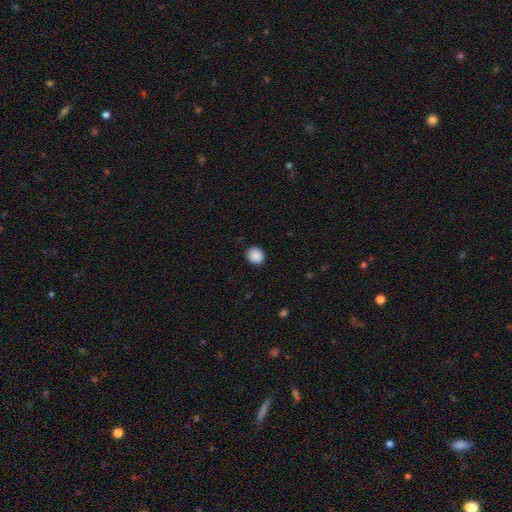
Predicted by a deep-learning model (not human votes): Smooth or featured? Predicted: smooth (p=0.89). How rounded? Predicted: round (p=0.80). Merging? Predicted: none (p=0.90).